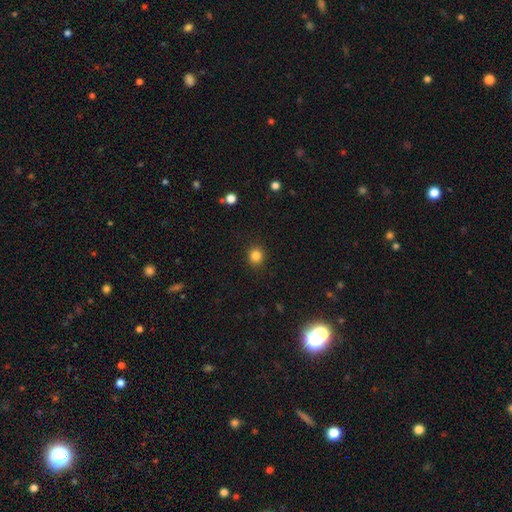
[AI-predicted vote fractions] Smooth or featured: smooth — 84% (star or artifact — 12%)
How rounded: round — 85% (in between — 14%)
Merging: none — 91% (minor disturbance — 6%)